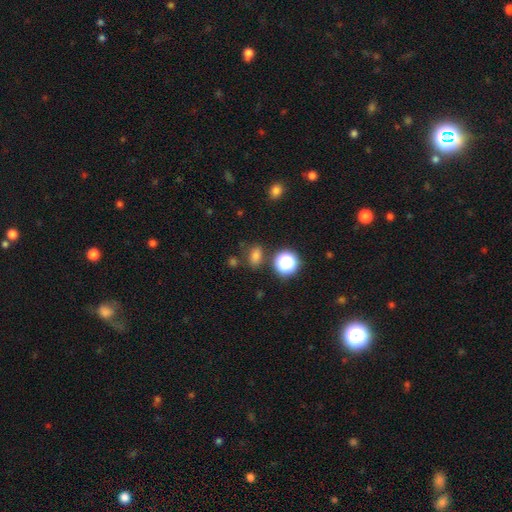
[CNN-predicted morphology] A smooth galaxy with no disk features (74%) that is in between round and cigar-shaped (70%).

Vote fractions:
- Smooth or featured? smooth: 74% / star or artifact: 20% / featured or disk: 6%
- How rounded? in between: 70% / round: 27% / cigar-shaped: 3%
- Merging? none: 76% / minor disturbance: 14% / merger: 6% / major disturbance: 5%